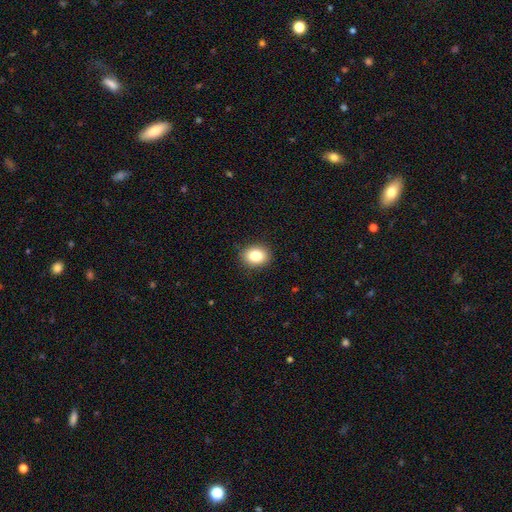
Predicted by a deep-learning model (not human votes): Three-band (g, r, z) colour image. It shows a smooth galaxy with no disk features (85%) that is in between round and cigar-shaped (59%). Merging: none (89%).